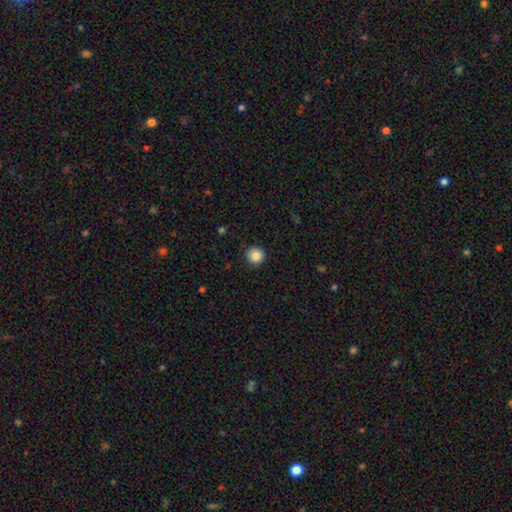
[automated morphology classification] smooth_or_featured: smooth (p=0.87) [alt: star or artifact p=0.10]
how_rounded: round (p=0.94) [alt: in between p=0.05]
merging: none (p=0.90) [alt: minor disturbance p=0.07]